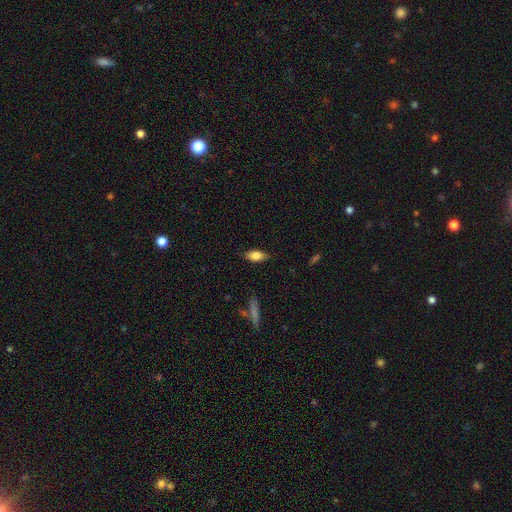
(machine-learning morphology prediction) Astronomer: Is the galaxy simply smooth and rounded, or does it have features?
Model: smooth — 78%.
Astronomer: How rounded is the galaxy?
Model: in between — 84%.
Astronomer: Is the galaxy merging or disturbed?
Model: none — 81%.